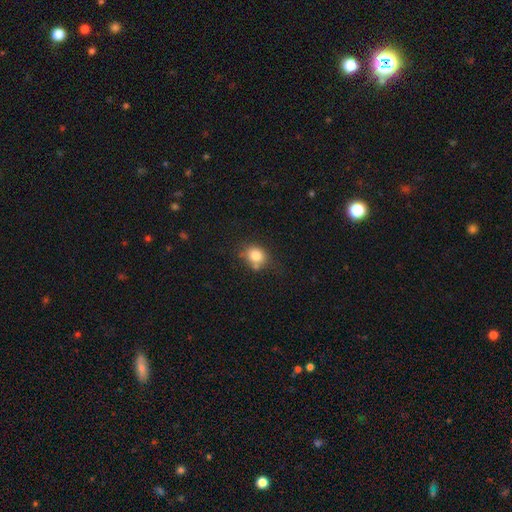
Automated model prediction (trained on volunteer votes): Morphology: type=smooth (80%); roundness=round (62%); merging=none (60%).